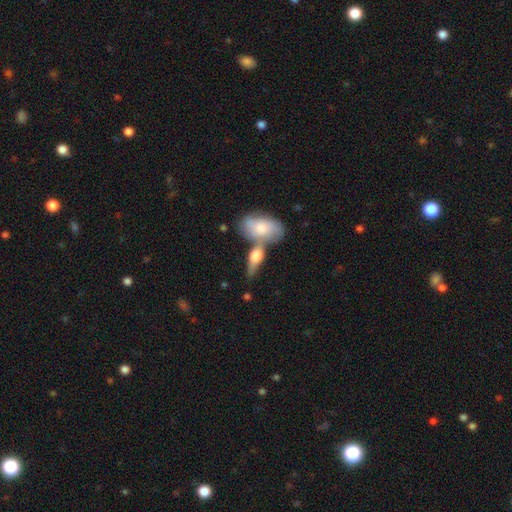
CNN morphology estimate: A smooth galaxy with no disk features (57%) that is in between round and cigar-shaped (72%). Merging: merger (46%).